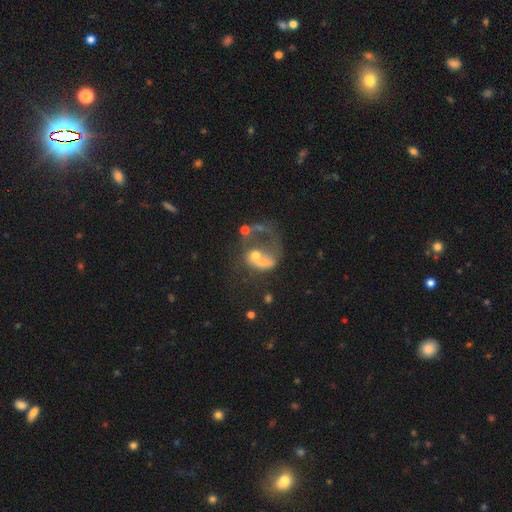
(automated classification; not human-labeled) Morphology: type=featured or disk (58%); edge-on=no (97%); bar=no (79%); spiral arms=no (59%); bulge=moderate (43%); merging=merger (45%).